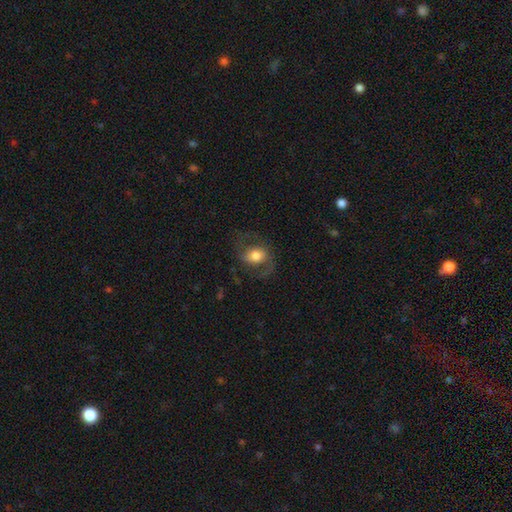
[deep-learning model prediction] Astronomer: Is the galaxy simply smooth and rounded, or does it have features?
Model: smooth — 48% (runner-up: featured or disk, 44%).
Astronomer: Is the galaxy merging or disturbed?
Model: none — 62%.